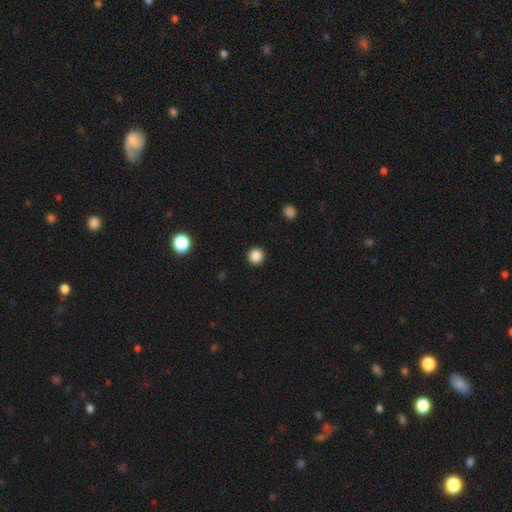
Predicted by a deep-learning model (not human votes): A smooth galaxy with no disk features (87%) that is round (95%). Merging: none (93%).